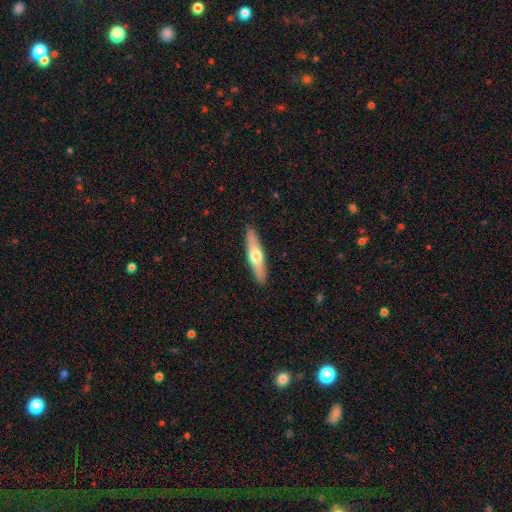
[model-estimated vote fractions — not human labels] smooth 51%, featured or disk 43%, star or artifact 5%. Down the decision tree: how rounded — cigar-shaped (82%); merging — none (90%).